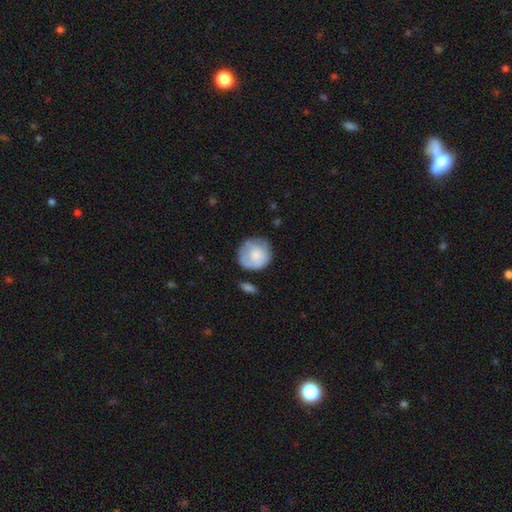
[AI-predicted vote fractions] The model was most divided on "merging": none: 64%, minor disturbance: 24%, major disturbance: 8%, merger: 4%. More confident: how rounded — round (90%); smooth or featured — smooth (73%).